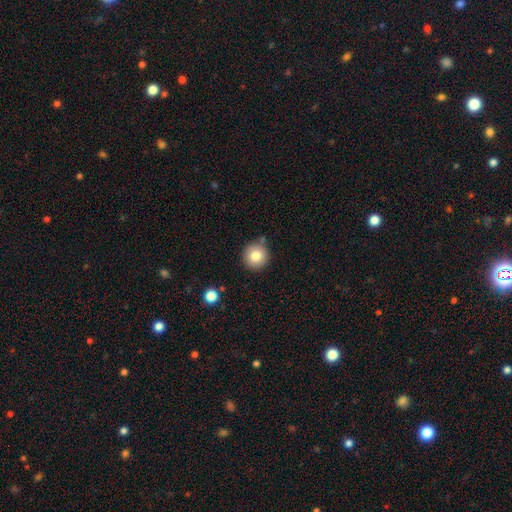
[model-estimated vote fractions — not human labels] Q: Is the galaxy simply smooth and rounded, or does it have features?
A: smooth — 80%.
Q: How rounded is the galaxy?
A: round — 94%.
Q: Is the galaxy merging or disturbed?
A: none — 81%.